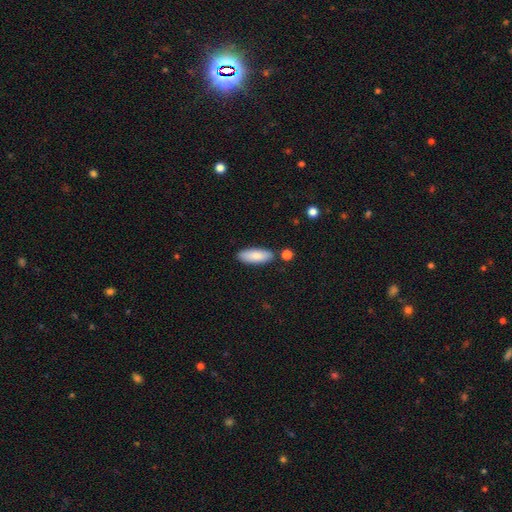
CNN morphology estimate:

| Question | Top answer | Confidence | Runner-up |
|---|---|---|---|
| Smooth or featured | smooth | 82% | featured or disk (13%) |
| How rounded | in between | 69% | cigar-shaped (29%) |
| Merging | none | 83% | minor disturbance (10%) |